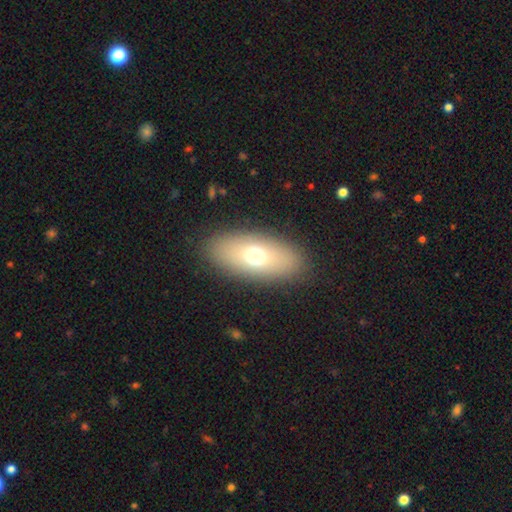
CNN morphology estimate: Overall: smooth (67%). How rounded: in between (86%). Merging: none (88%).